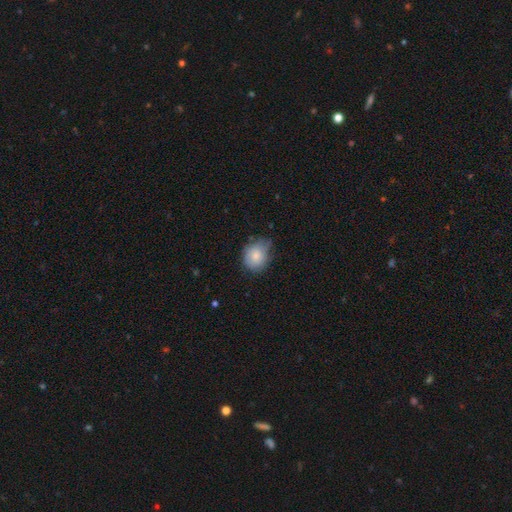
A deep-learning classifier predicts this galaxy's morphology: This is clearly a smooth galaxy (81%). How rounded: likely round (65%). Merging: possibly none (55%).